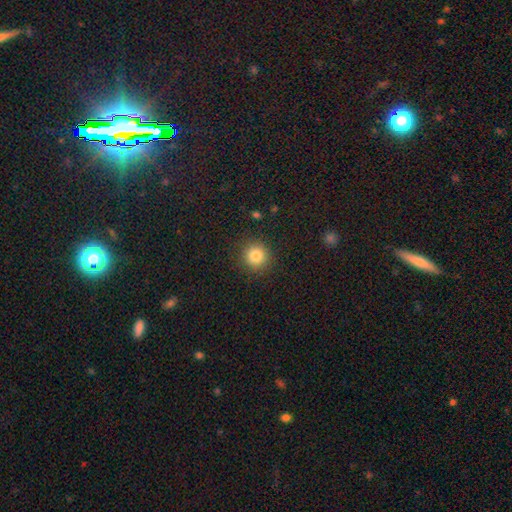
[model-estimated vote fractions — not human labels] Q: Smooth or featured?
A: smooth (83%); runner-up: star or artifact (11%)
Q: How rounded?
A: round (93%); runner-up: in between (6%)
Q: Merging?
A: none (89%); runner-up: minor disturbance (7%)